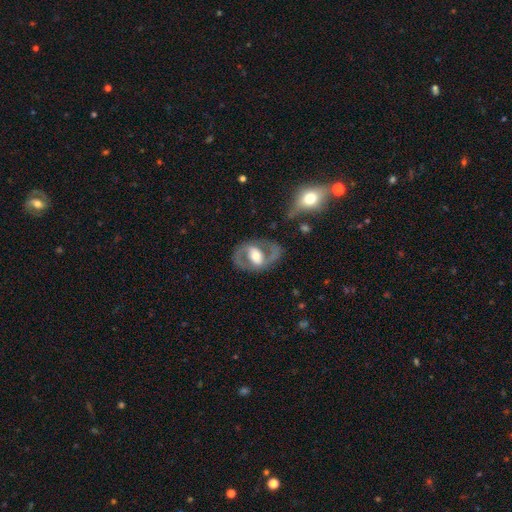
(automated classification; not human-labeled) Smooth or featured: featured or disk — 79% (smooth — 16%)
Edge-on disk: no — 96% (yes — 4%)
Bar: weak — 37% (strong — 31%)
Spiral arms: yes — 79% (no — 21%)
Spiral winding: medium — 55% (loose — 23%)
Spiral arm count: 2 — 88% (can't tell — 5%)
Bulge size: moderate — 62% (large — 20%)
Merging: none — 74% (minor disturbance — 14%)